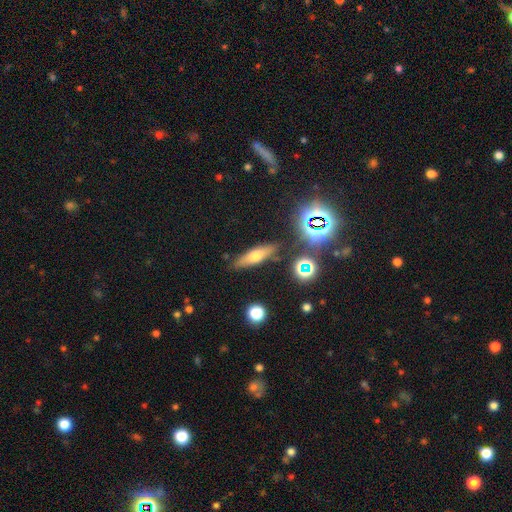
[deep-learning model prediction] This appears to be a smooth galaxy with no disk features (53%) that is cigar-shaped (61%). Merging: none (83%).